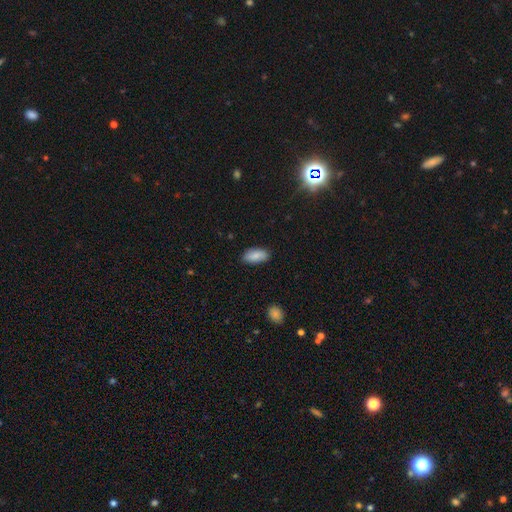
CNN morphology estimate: Q: Smooth or featured?
A: smooth (87%); runner-up: star or artifact (7%)
Q: How rounded?
A: in between (91%); runner-up: cigar-shaped (7%)
Q: Merging?
A: none (86%); runner-up: minor disturbance (11%)